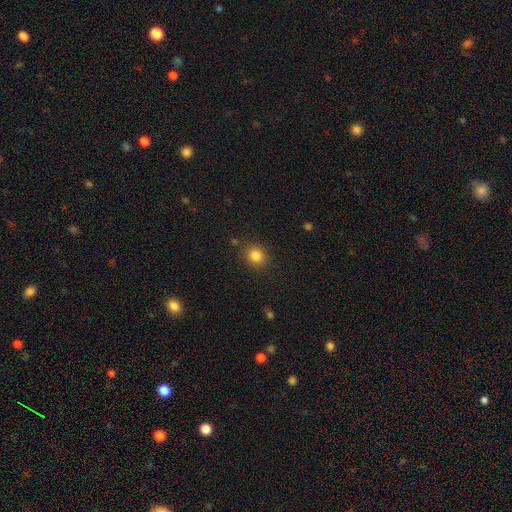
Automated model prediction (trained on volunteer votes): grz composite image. It shows a smooth galaxy with no disk features (83%) that is round (79%). Merging: none (86%).